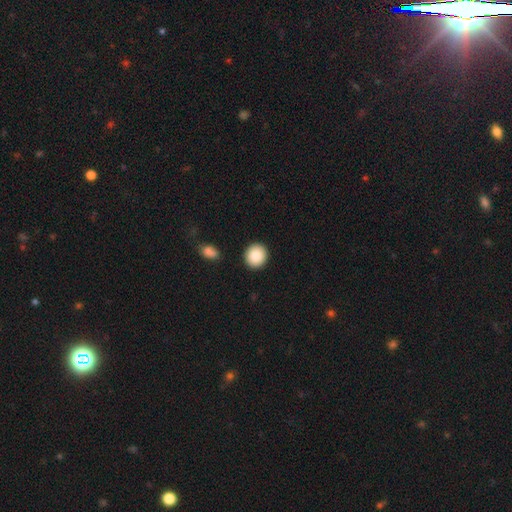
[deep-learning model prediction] smooth-or-featured: smooth: 87% | star or artifact: 7% | featured or disk: 6%
  how-rounded: round: 87% | in between: 12% | cigar-shaped: 1%
  merging: none: 91% | minor disturbance: 5% | merger: 2% | major disturbance: 2%